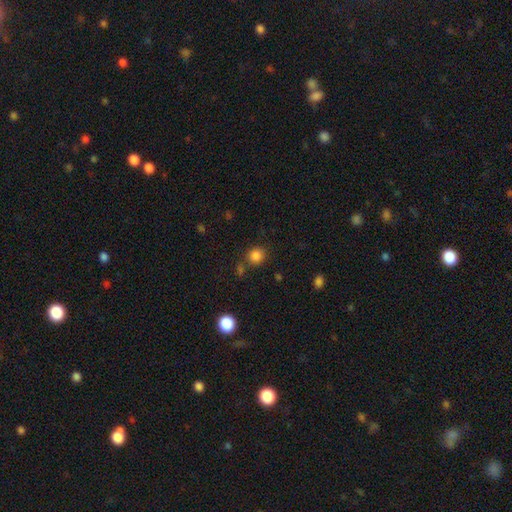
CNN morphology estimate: Overall: smooth (84%). How rounded: round (87%). Merging: none (78%).